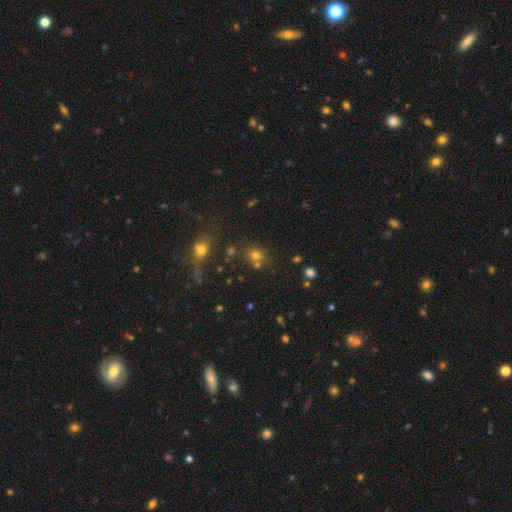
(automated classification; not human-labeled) Smooth or featured? Predicted: smooth (p=0.64). How rounded? Predicted: round (p=0.75). Merging? Predicted: none (p=0.67).